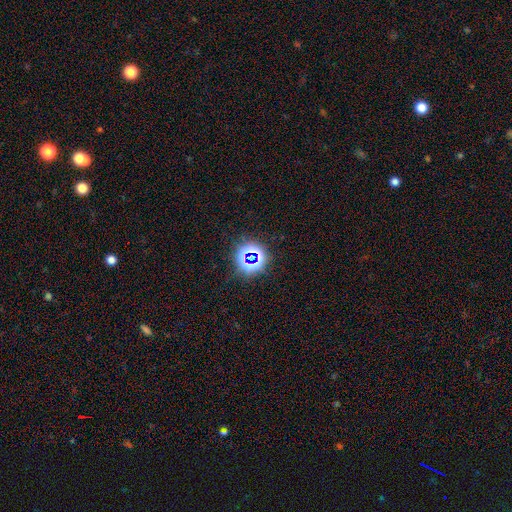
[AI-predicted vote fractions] A star or artifact, not a galaxy (71%).

Vote fractions:
- Smooth or featured? star or artifact: 71% / smooth: 20% / featured or disk: 9%